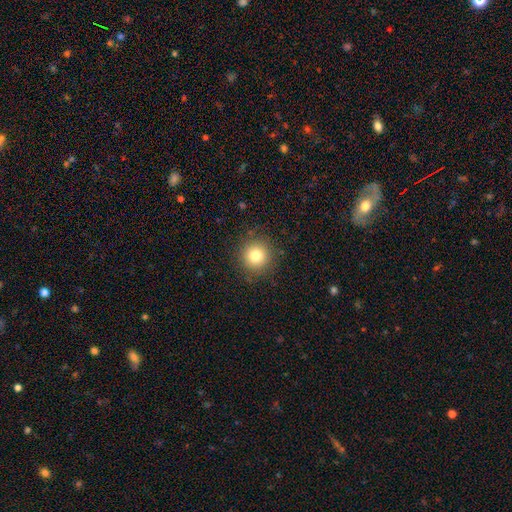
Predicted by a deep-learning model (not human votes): smooth 79%, star or artifact 13%, featured or disk 8%. Down the decision tree: how rounded — round (94%); merging — none (89%).